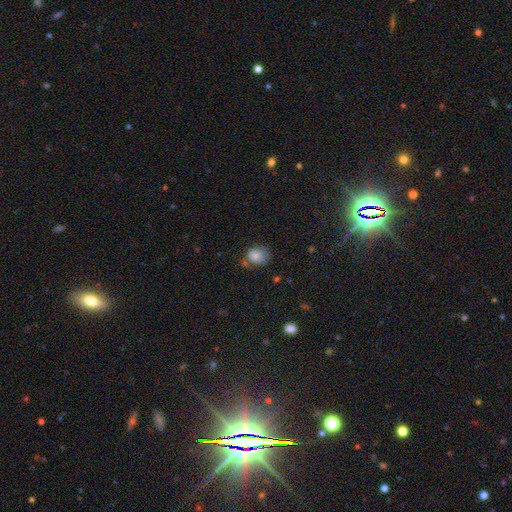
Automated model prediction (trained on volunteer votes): smooth-or-featured: smooth: 81% | star or artifact: 10% | featured or disk: 9%
  how-rounded: round: 60% | in between: 39% | cigar-shaped: 1%
  merging: none: 54% | minor disturbance: 29% | major disturbance: 10% | merger: 7%